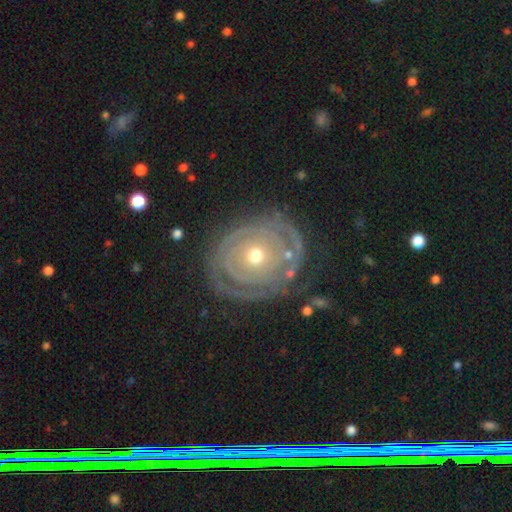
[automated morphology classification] Smooth or featured?
  - featured or disk: 83% *
  - smooth: 12%
  - star or artifact: 5%
Edge-on disk?
  - no: 97% *
  - yes: 3%
Bar?
  - no: 85% *
  - weak: 11%
  - strong: 4%
Spiral arms?
  - yes: 83% *
  - no: 17%
Spiral winding?
  - tight: 82% *
  - medium: 13%
  - loose: 5%
Spiral arm count?
  - can't tell: 31% * (tied)
  - 2: 31% * (tied)
  - 3: 15%
  - 1: 9%
  - 4: 7%
  - more than 4: 6%
Bulge size?
  - moderate: 55% *
  - small: 41%
  - large: 2%
  - dominant: 1%
  - none: 1%
Merging?
  - none: 72% *
  - minor disturbance: 16%
  - major disturbance: 10%
  - merger: 3%